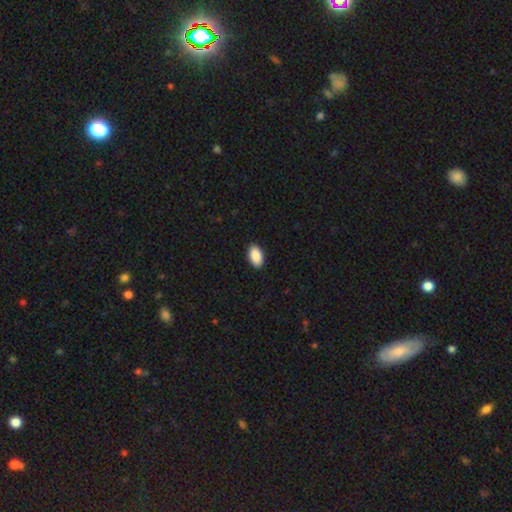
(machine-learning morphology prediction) Smooth or featured? smooth (91%)
How rounded? in between (95%)
Merging? none (90%)